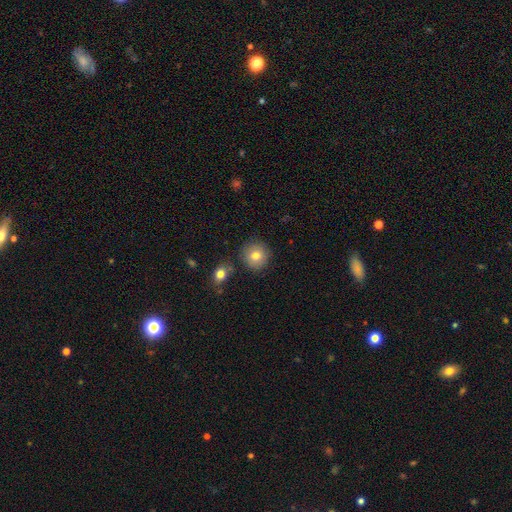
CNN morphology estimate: Smooth or featured: smooth — 79% (featured or disk — 12%)
How rounded: round — 91% (in between — 8%)
Merging: none — 84% (minor disturbance — 9%)